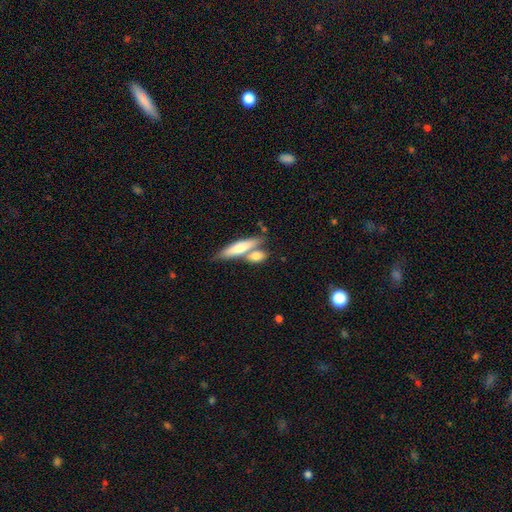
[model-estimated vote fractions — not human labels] A smooth galaxy with no disk features (72%) that is in between round and cigar-shaped (48%).

Vote fractions:
- Smooth or featured? smooth: 72% / featured or disk: 22% / star or artifact: 6%
- How rounded? in between: 48% / cigar-shaped: 41% / round: 10%
- Merging? none: 48% / merger: 37% / minor disturbance: 11% / major disturbance: 4%